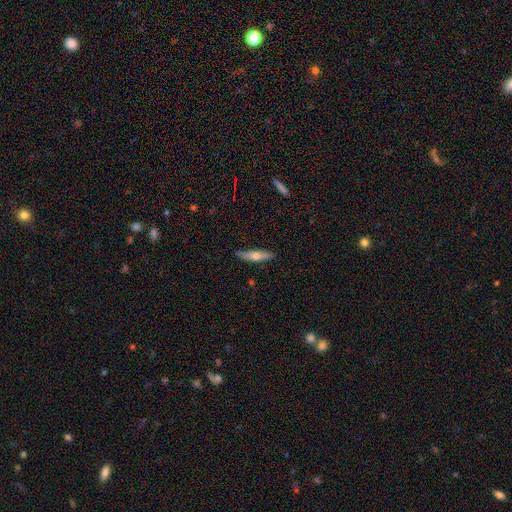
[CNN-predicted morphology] Smooth or featured? Predicted: smooth (p=0.53). How rounded? Predicted: cigar-shaped (p=0.79). Merging? Predicted: none (p=0.85).